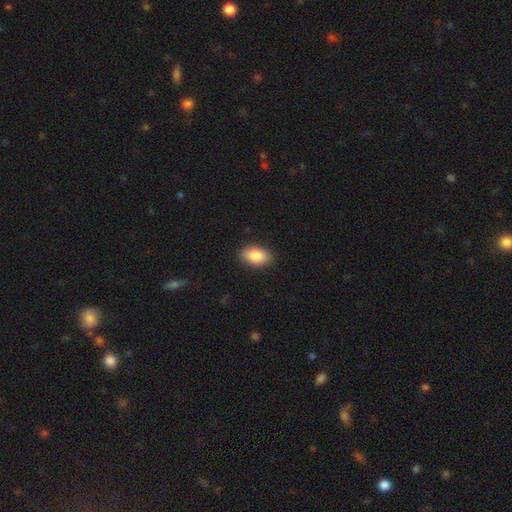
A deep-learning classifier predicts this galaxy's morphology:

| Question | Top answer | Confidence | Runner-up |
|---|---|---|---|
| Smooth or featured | smooth | 87% | star or artifact (7%) |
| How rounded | in between | 92% | round (6%) |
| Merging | none | 88% | minor disturbance (9%) |